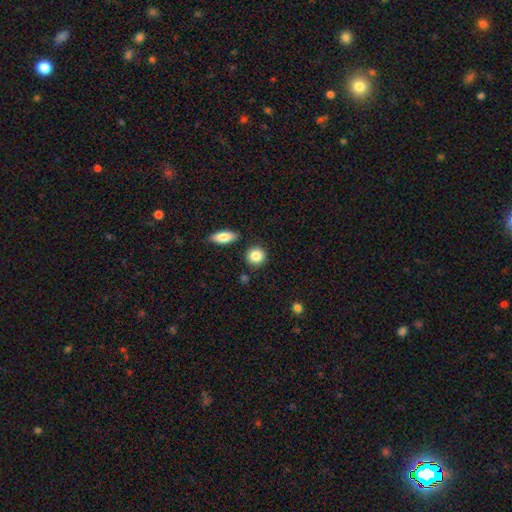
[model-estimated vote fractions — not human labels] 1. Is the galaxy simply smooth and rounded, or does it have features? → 87% smooth, 8% star or artifact, 6% featured or disk.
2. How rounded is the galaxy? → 85% round, 13% in between, 2% cigar-shaped.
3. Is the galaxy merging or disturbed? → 84% none, 8% minor disturbance, 5% merger, 3% major disturbance.